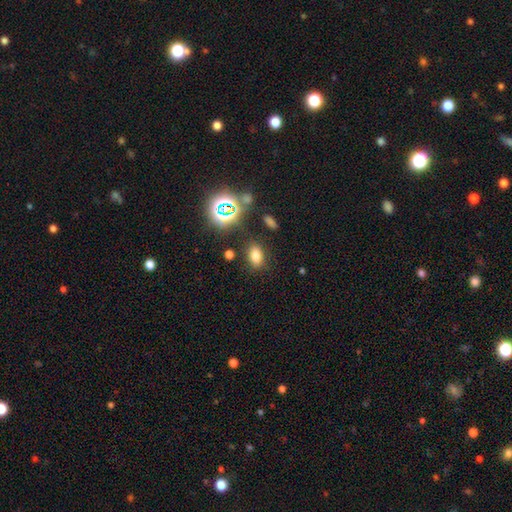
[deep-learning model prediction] A smooth galaxy with no disk features (69%) that is in between round and cigar-shaped (81%).

Vote fractions:
- Smooth or featured? smooth: 69% / star or artifact: 22% / featured or disk: 9%
- How rounded? in between: 81% / round: 16% / cigar-shaped: 2%
- Merging? none: 83% / minor disturbance: 10% / major disturbance: 4% / merger: 4%